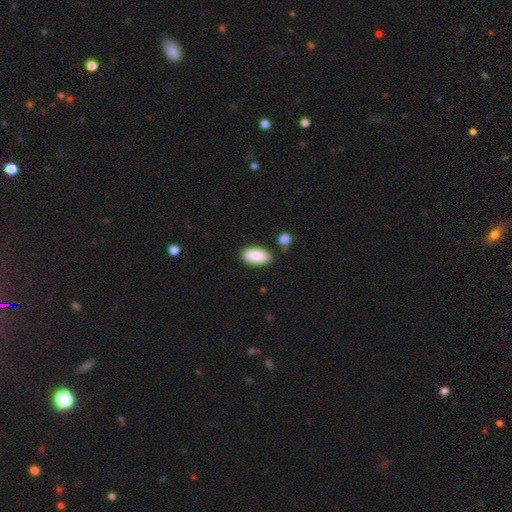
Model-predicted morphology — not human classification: Q: Smooth or featured?
A: smooth (90%); runner-up: star or artifact (6%)
Q: How rounded?
A: in between (93%); runner-up: cigar-shaped (5%)
Q: Merging?
A: none (79%); runner-up: minor disturbance (12%)